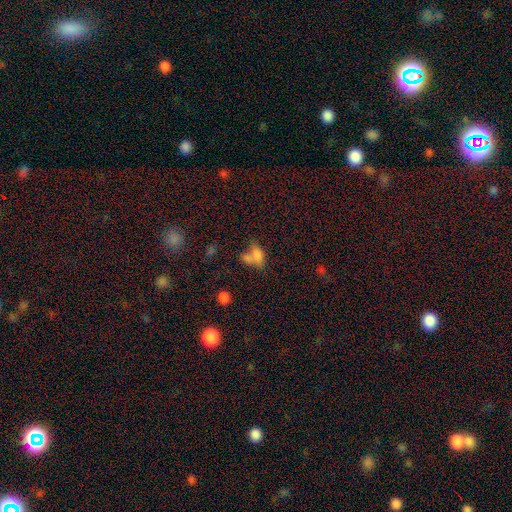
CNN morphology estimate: Overall: smooth (71%). How rounded: in between (79%). Merging: merger (51%; none 26%).